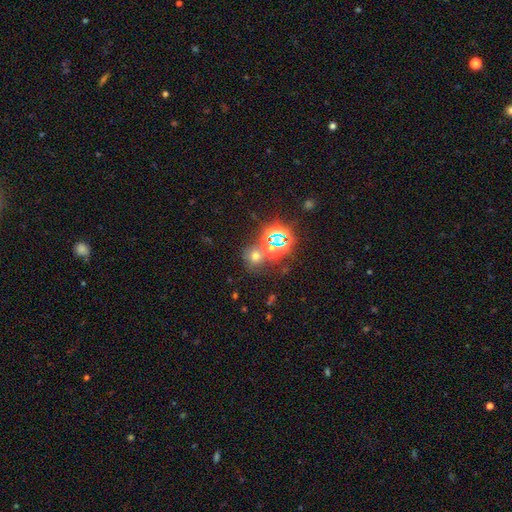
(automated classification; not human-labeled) Smooth or featured? Predicted: smooth (p=0.52). How rounded? Predicted: round (p=0.82). Merging? Predicted: none (p=0.65).